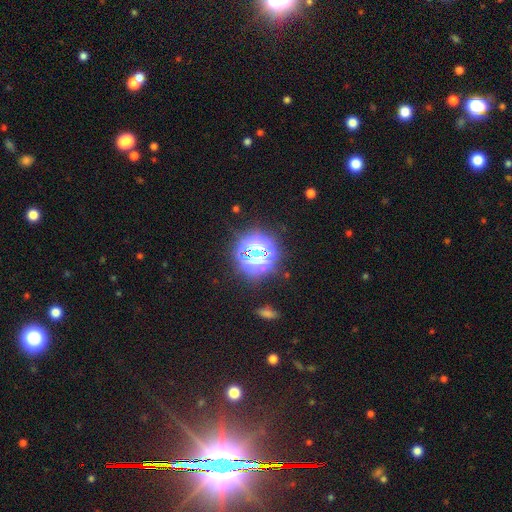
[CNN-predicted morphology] Q: Smooth or featured?
A: star or artifact (73%); runner-up: smooth (19%)